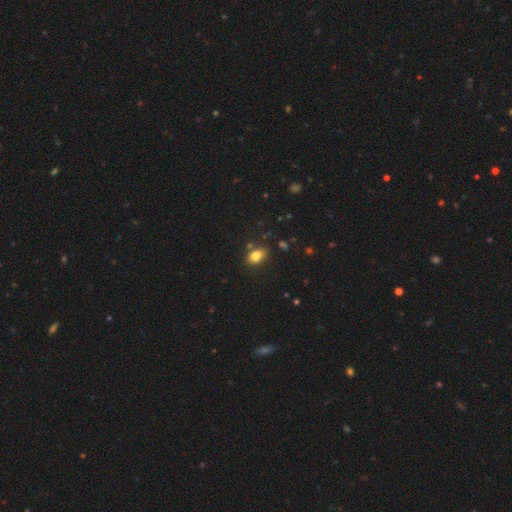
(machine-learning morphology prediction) smooth_or_featured: smooth (p=0.82) [alt: star or artifact p=0.11]
how_rounded: in between (p=0.77) [alt: round p=0.21]
merging: none (p=0.66) [alt: minor disturbance p=0.22]